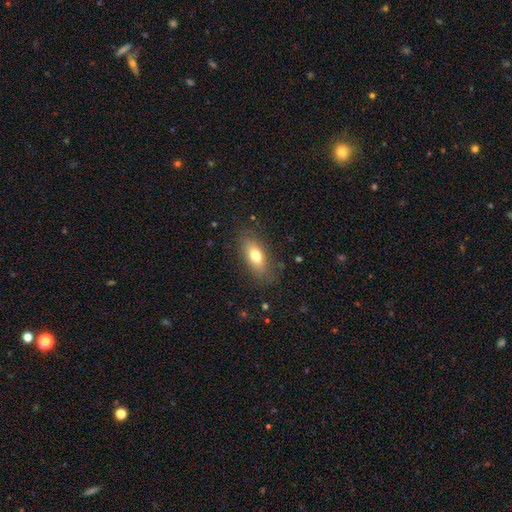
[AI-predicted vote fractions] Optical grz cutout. It shows a smooth galaxy with no disk features (73%) that is in between round and cigar-shaped (78%). Merging: none (81%).